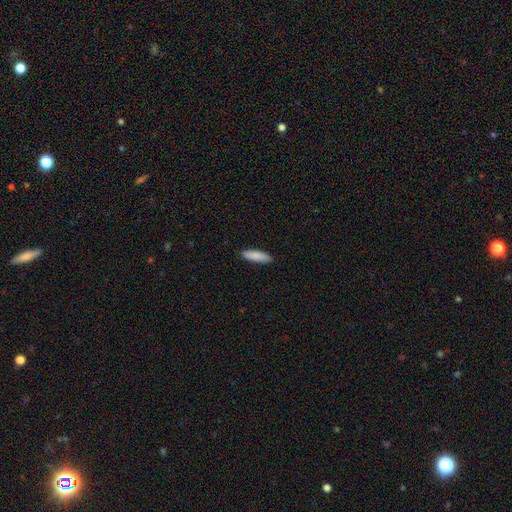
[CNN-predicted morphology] Smooth or featured: smooth — 87% (featured or disk — 8%)
How rounded: cigar-shaped — 56% (in between — 43%)
Merging: none — 89% (minor disturbance — 8%)